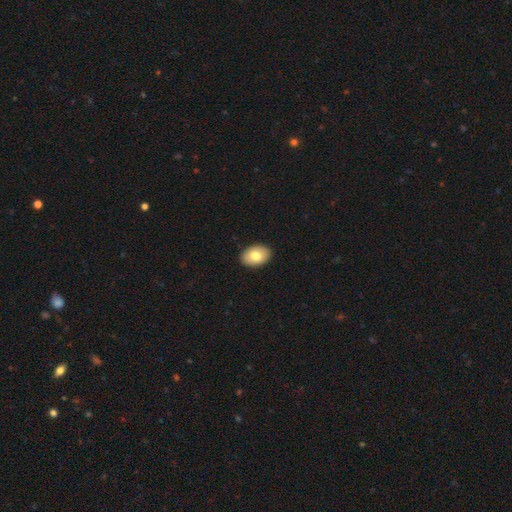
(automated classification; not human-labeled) The model was most divided on "smooth or featured": smooth: 77%, featured or disk: 16%, star or artifact: 7%. More confident: merging — none (91%); how rounded — in between (87%).